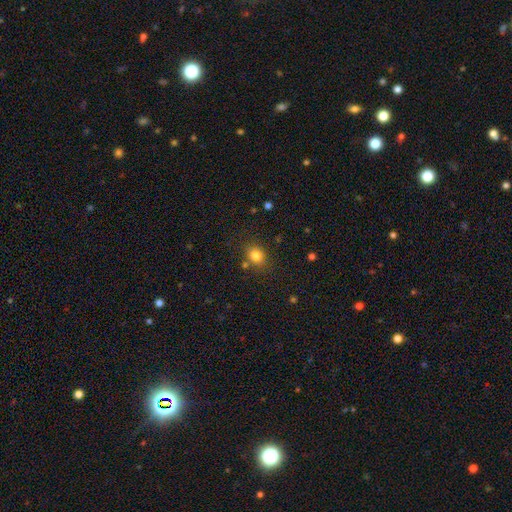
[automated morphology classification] Q: Smooth or featured?
A: smooth (81%); runner-up: star or artifact (12%)
Q: How rounded?
A: round (58%); runner-up: in between (41%)
Q: Merging?
A: none (76%); runner-up: minor disturbance (12%)